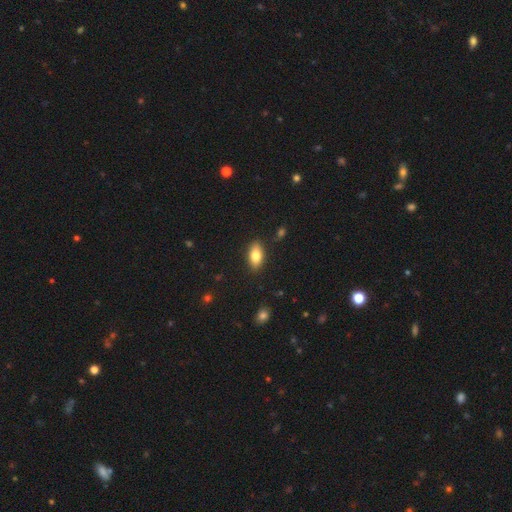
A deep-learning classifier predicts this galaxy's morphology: This is likely a smooth galaxy (80%). How rounded: clearly in between (89%). Merging: clearly none (87%).